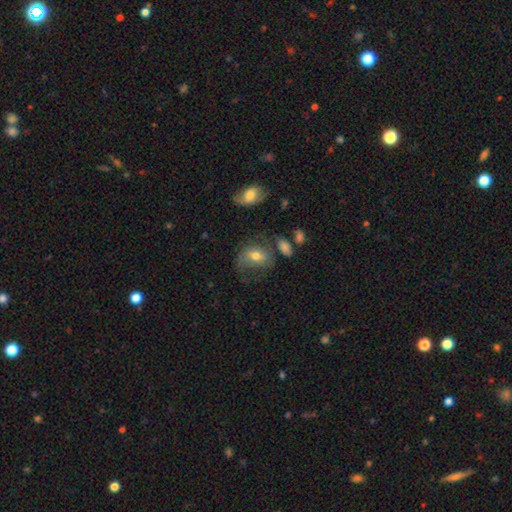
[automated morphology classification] This is marginally a featured or disk galaxy (43%). Merging: possibly none (47%).